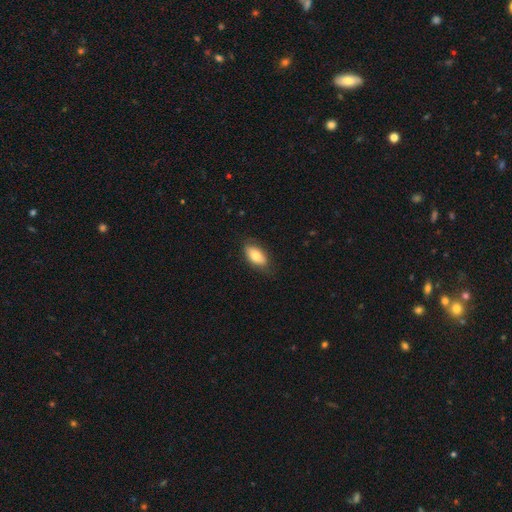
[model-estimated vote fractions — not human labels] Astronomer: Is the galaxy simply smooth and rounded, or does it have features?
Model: smooth — 80%.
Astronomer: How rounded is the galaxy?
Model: in between — 90%.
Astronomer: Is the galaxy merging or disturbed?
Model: none — 79%.